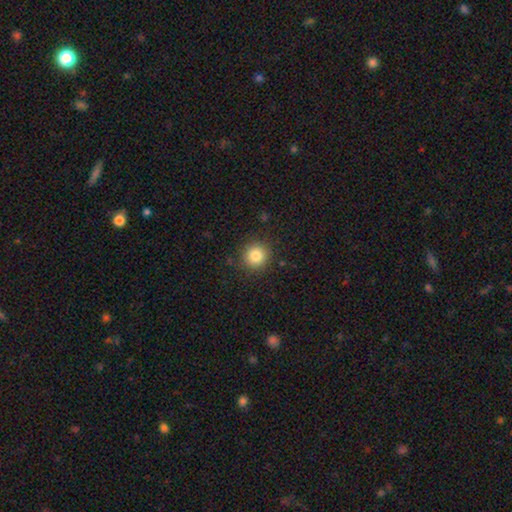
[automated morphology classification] Smooth or featured? smooth (83%)
How rounded? round (92%)
Merging? none (89%)